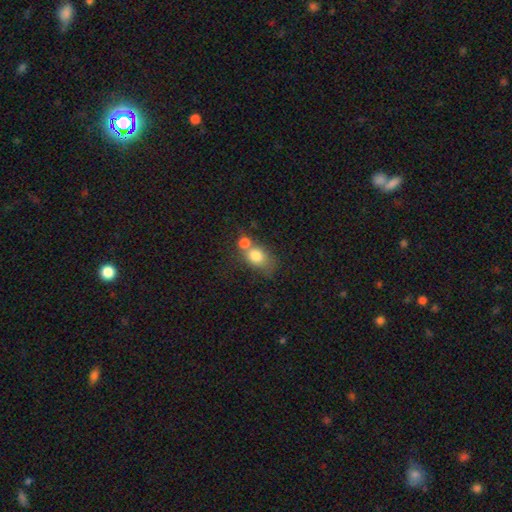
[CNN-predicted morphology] Smooth or featured?
  - smooth: 78% *
  - featured or disk: 13%
  - star or artifact: 9%
How rounded?
  - in between: 52% *
  - round: 46%
  - cigar-shaped: 2%
Merging?
  - merger: 50% *
  - none: 32%
  - minor disturbance: 11%
  - major disturbance: 6%